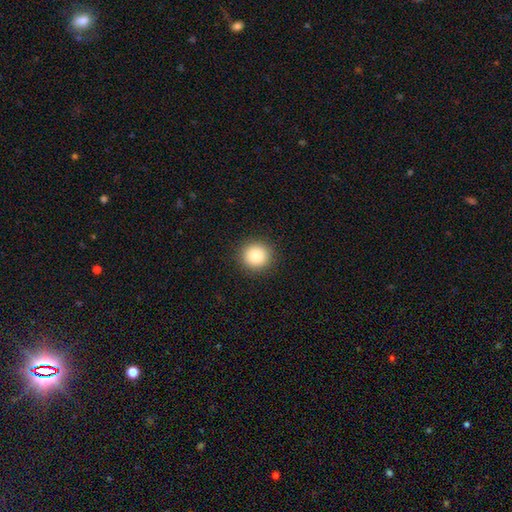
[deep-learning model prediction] This appears to be a smooth galaxy with no disk features (85%) that is round (92%). Merging: none (92%).